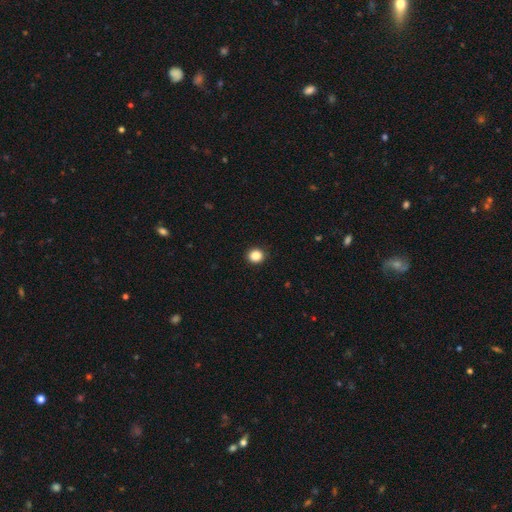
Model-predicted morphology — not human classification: Q: Smooth or featured?
A: smooth (86%); runner-up: star or artifact (11%)
Q: How rounded?
A: round (86%); runner-up: in between (13%)
Q: Merging?
A: none (92%); runner-up: minor disturbance (5%)